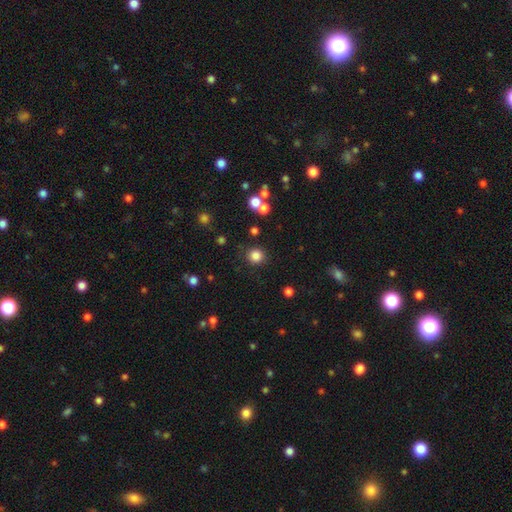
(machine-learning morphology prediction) Smooth or featured: smooth — 83% (star or artifact — 13%)
How rounded: round — 93% (in between — 6%)
Merging: none — 87% (minor disturbance — 7%)